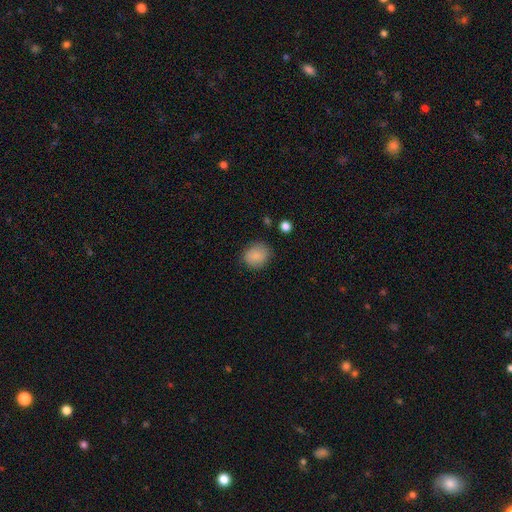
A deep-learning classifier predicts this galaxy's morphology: Smooth or featured? smooth (86%)
How rounded? round (68%)
Merging? none (82%)